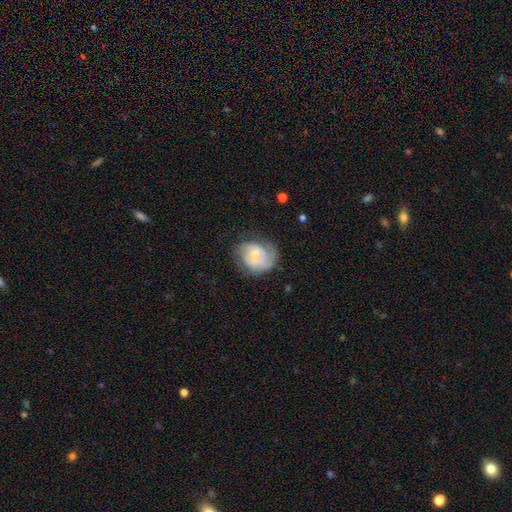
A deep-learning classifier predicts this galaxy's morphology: This is likely a featured or disk galaxy (67%). It is clearly not viewed edge-on (97%). Bar: possibly no (58%). Spiral arm pattern: clearly yes (84%). Spiral arm count: marginally 2 (43%). Spiral winding: possibly tight (56%). Central bulge: possibly moderate (49%). Merging: likely none (62%).